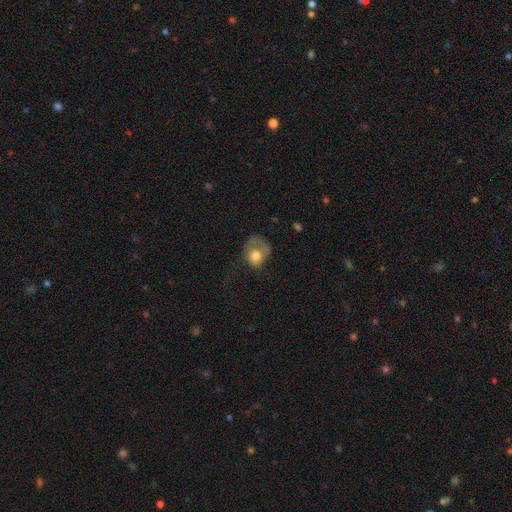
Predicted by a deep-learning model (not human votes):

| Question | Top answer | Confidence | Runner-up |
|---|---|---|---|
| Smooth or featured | smooth | 62% | featured or disk (30%) |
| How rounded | round | 55% | in between (44%) |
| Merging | major disturbance | 44% | none (28%) |